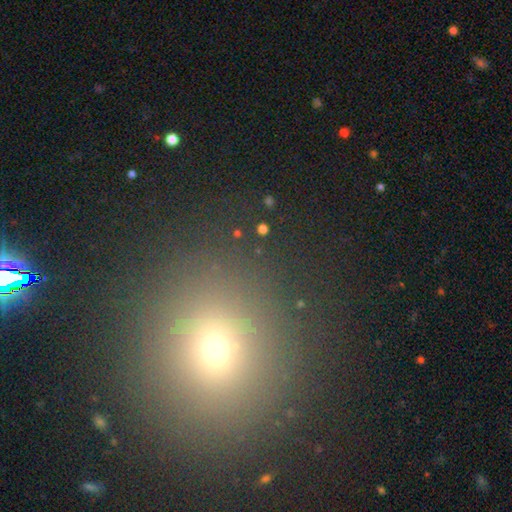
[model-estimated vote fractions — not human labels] Morphology: type=smooth (58%); roundness=round (86%); merging=none (89%).